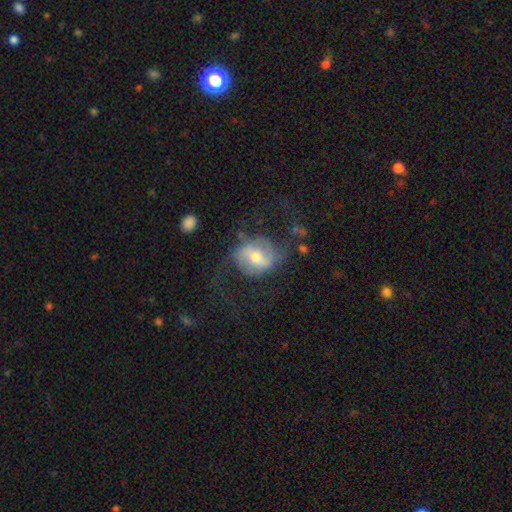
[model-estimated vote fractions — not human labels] This is likely a featured or disk galaxy (67%). It is clearly not viewed edge-on (95%). Bar: marginally weak (45%). Spiral arm pattern: clearly yes (82%). Spiral arm count: clearly 2 (82%). Spiral winding: possibly loose (56%). Central bulge: likely moderate (63%). Merging: possibly none (54%).